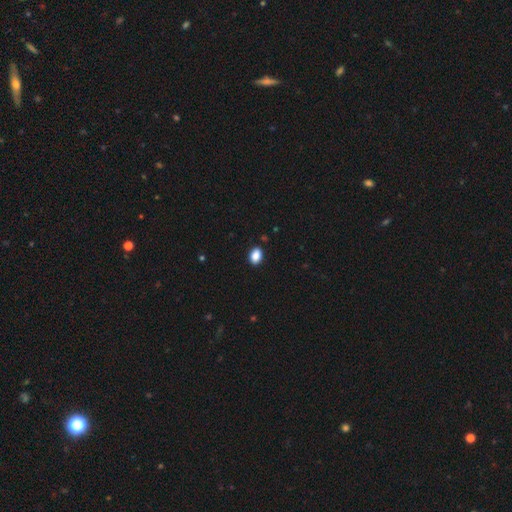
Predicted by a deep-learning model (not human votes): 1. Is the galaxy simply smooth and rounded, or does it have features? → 89% smooth, 8% star or artifact, 3% featured or disk.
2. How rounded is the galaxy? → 82% in between, 17% round, 1% cigar-shaped.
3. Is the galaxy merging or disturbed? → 89% none, 8% minor disturbance, 2% major disturbance, 1% merger.